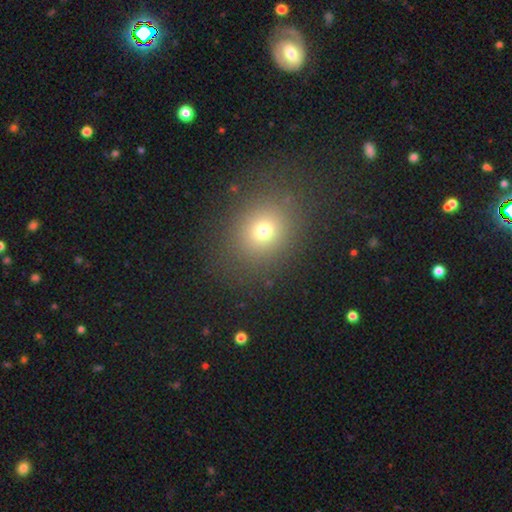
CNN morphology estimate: smooth 67%, star or artifact 24%, featured or disk 9%. Down the decision tree: how rounded — round (66%); merging — none (87%).